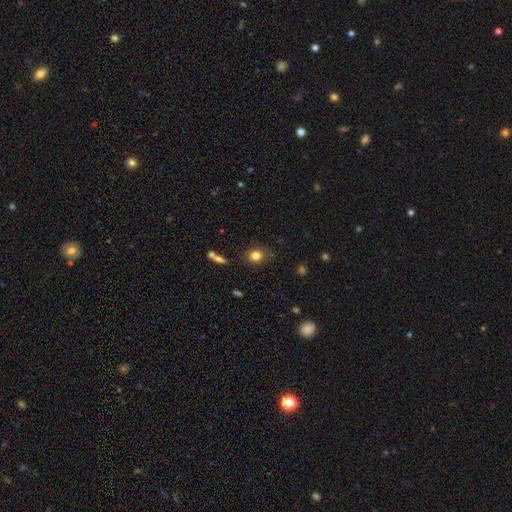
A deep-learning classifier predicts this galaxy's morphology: smooth-or-featured: smooth: 82% | star or artifact: 11% | featured or disk: 7%
  how-rounded: round: 60% | in between: 39% | cigar-shaped: 1%
  merging: none: 82% | minor disturbance: 12% | major disturbance: 3% | merger: 3%